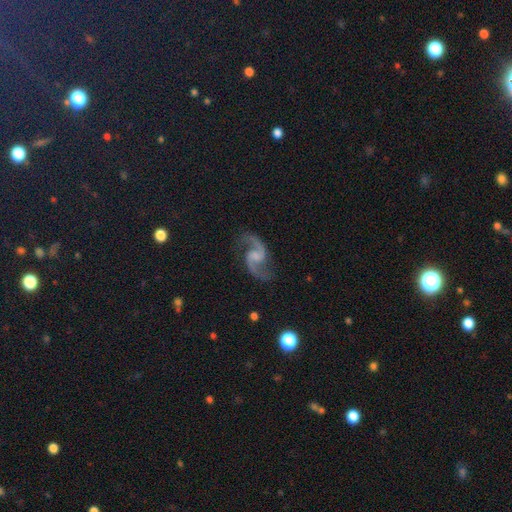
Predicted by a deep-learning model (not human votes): smooth-or-featured: featured or disk: 93% | star or artifact: 4% | smooth: 3%
  disk-edge-on: no: 98% | yes: 2%
    bar: weak: 49% | no: 39% | strong: 12%
    has-spiral-arms: yes: 98% | no: 2%
      spiral-winding: loose: 53% | medium: 41% | tight: 6%
      spiral-arm-count: 2: 95% | 1: 1% | can't tell: 1% | 3: 1% | 4: 1% | more than 4: 1%
    bulge-size: none: 47% | small: 30% | moderate: 18% | large: 4% | dominant: 1%
  merging: none: 81% | minor disturbance: 12% | major disturbance: 5% | merger: 2%